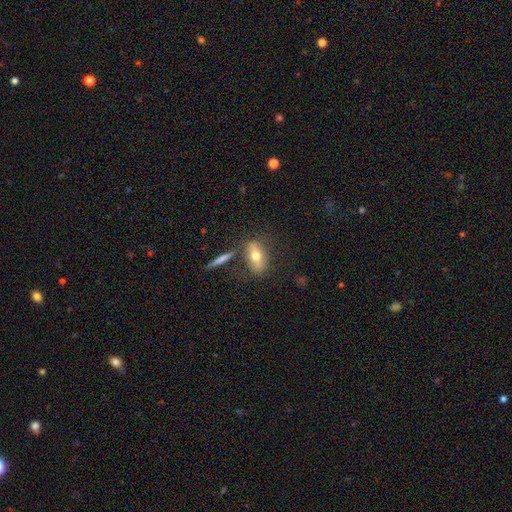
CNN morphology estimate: Q: Smooth or featured?
A: smooth (59%); runner-up: featured or disk (32%)
Q: How rounded?
A: in between (76%); runner-up: cigar-shaped (15%)
Q: Merging?
A: none (67%); runner-up: minor disturbance (16%)